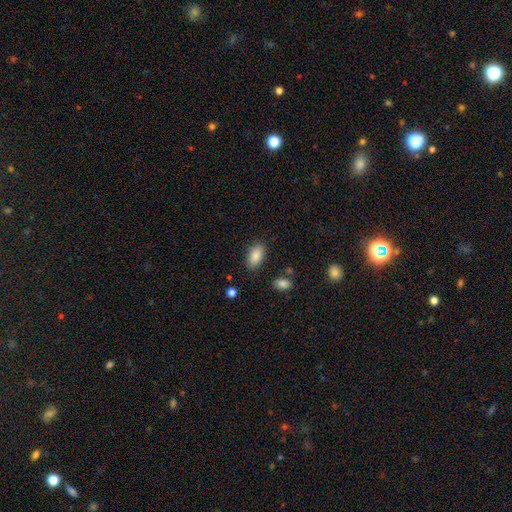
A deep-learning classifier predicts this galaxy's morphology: type=smooth (87%); roundness=in between (92%); merging=none (85%).